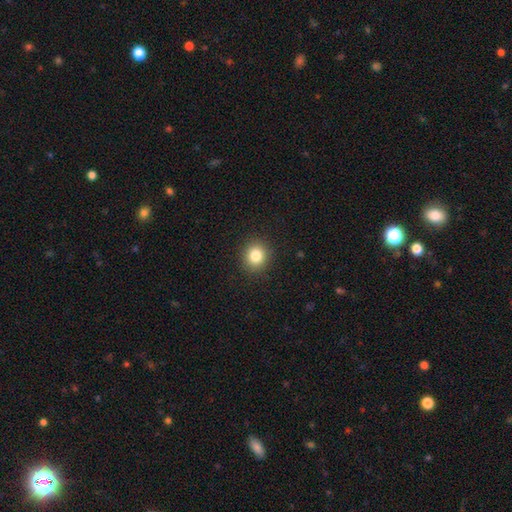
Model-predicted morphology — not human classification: Q: Smooth or featured?
A: smooth (83%); runner-up: star or artifact (11%)
Q: How rounded?
A: round (84%); runner-up: in between (15%)
Q: Merging?
A: none (91%); runner-up: minor disturbance (6%)